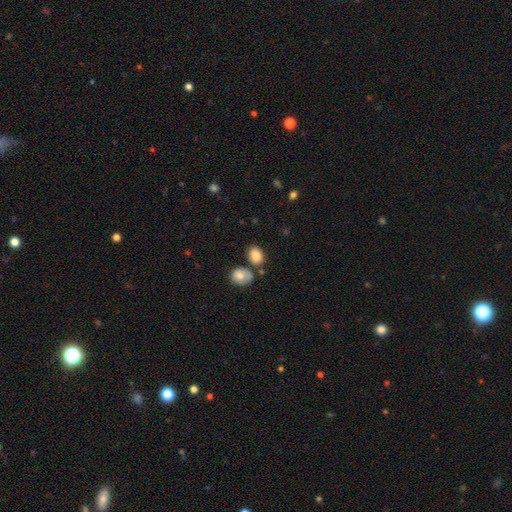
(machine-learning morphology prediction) Overall: smooth (84%). How rounded: in between (76%). Merging: none (62%).